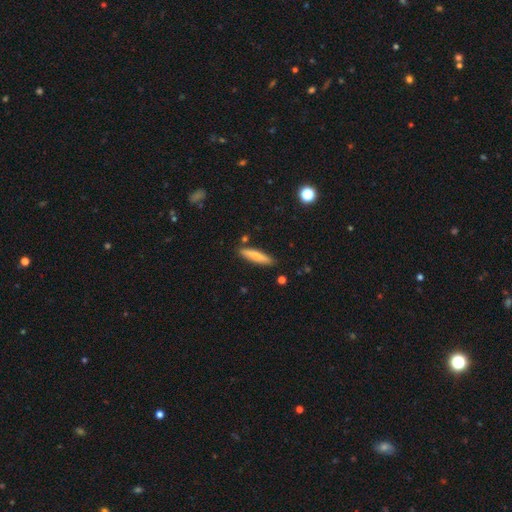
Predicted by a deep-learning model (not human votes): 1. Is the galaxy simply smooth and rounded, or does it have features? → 74% smooth, 20% featured or disk, 6% star or artifact.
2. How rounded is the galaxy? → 85% cigar-shaped, 14% in between, 1% round.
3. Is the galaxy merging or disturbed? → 86% none, 10% minor disturbance, 3% merger, 2% major disturbance.